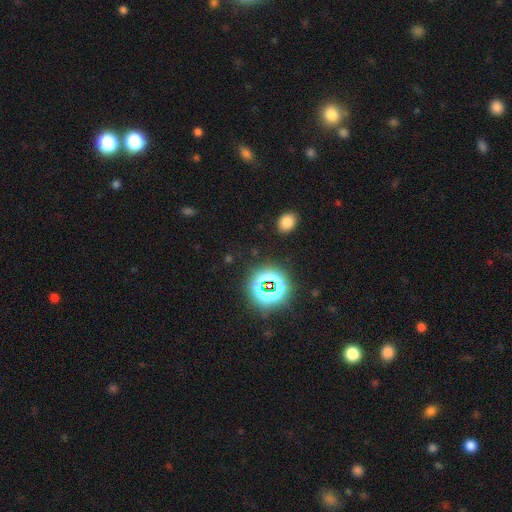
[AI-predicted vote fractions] Smooth or featured? Predicted: star or artifact (p=0.81).